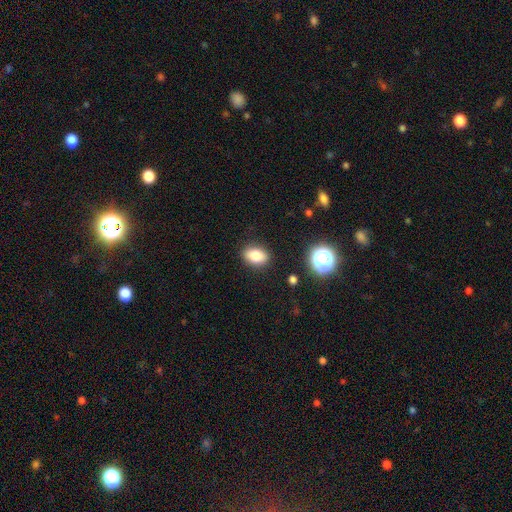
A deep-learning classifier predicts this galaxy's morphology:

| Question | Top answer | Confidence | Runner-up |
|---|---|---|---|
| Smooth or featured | smooth | 81% | star or artifact (10%) |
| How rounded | in between | 81% | round (17%) |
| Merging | none | 87% | minor disturbance (9%) |